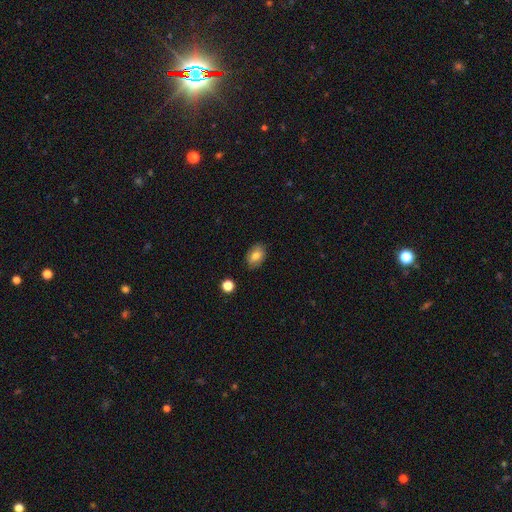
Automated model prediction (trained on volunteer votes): Overall: smooth (78%). How rounded: in between (83%). Merging: none (84%).